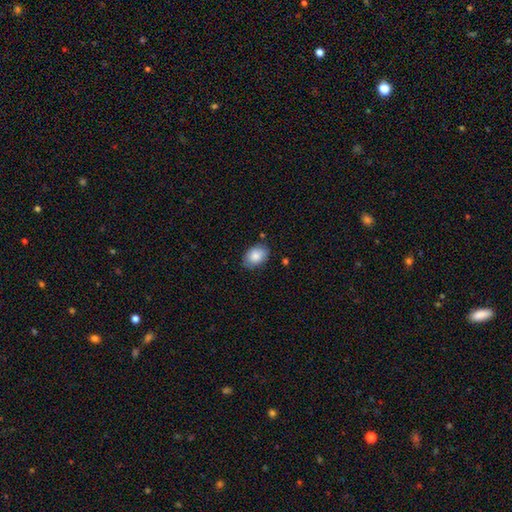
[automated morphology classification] A smooth galaxy with no disk features (85%) that is in between round and cigar-shaped (84%).

Vote fractions:
- Smooth or featured? smooth: 85% / featured or disk: 8% / star or artifact: 7%
- How rounded? in between: 84% / round: 15% / cigar-shaped: 1%
- Merging? none: 79% / minor disturbance: 16% / major disturbance: 3% / merger: 2%